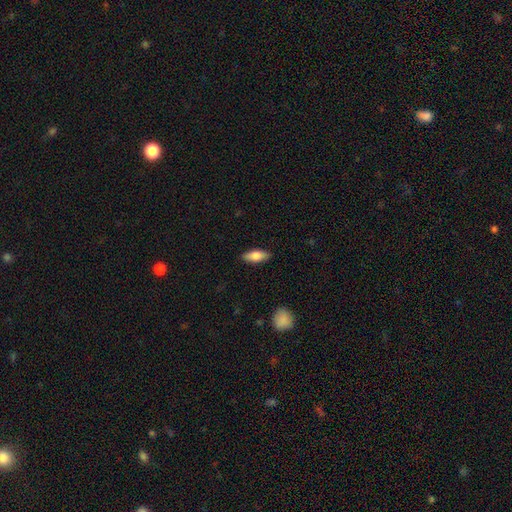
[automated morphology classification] The model was most divided on "how rounded": in between: 75%, cigar-shaped: 23%, round: 2%. More confident: merging — none (88%); smooth or featured — smooth (77%).